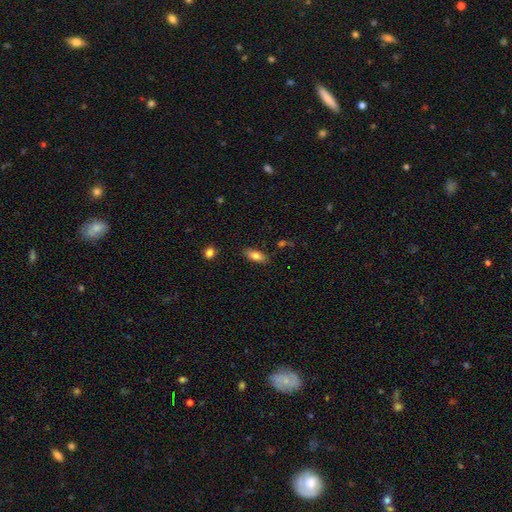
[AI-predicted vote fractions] Morphology: type=smooth (79%); roundness=in between (77%); merging=none (84%).